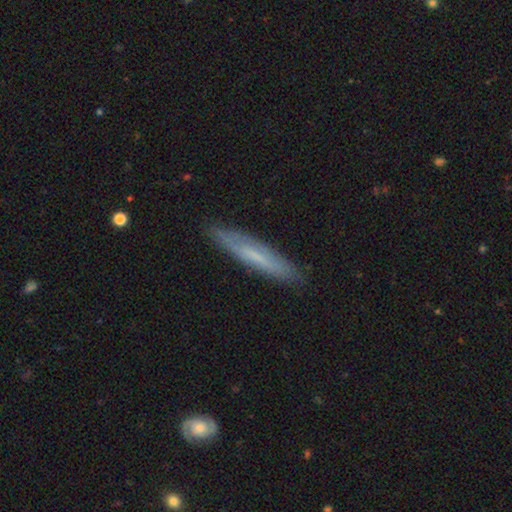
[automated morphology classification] The model was most divided on "smooth or featured": smooth: 50%, featured or disk: 43%, star or artifact: 7%. More confident: how rounded — cigar-shaped (90%); merging — none (85%).